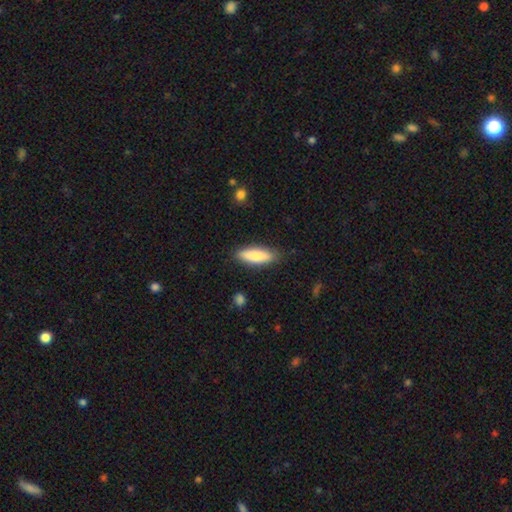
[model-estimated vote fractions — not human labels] Overall: smooth (83%). How rounded: cigar-shaped (54%; in between 44%). Merging: none (86%).